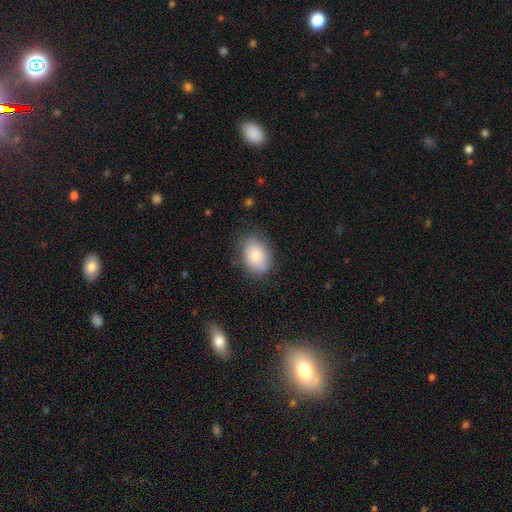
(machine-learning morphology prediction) Smooth or featured: smooth — 84% (featured or disk — 9%)
How rounded: in between — 86% (round — 13%)
Merging: none — 76% (minor disturbance — 18%)